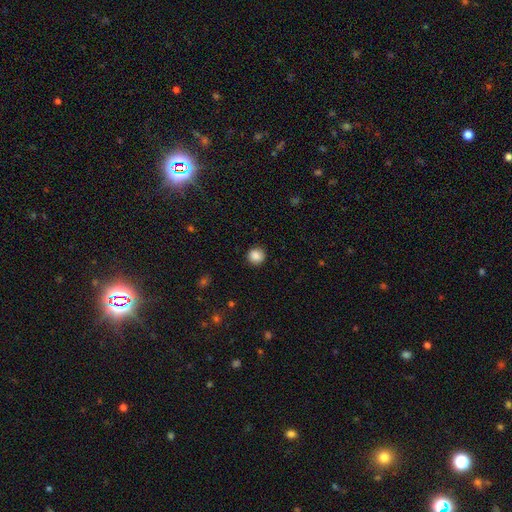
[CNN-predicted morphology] Q: Smooth or featured?
A: smooth (87%); runner-up: star or artifact (9%)
Q: How rounded?
A: round (92%); runner-up: in between (7%)
Q: Merging?
A: none (91%); runner-up: minor disturbance (6%)